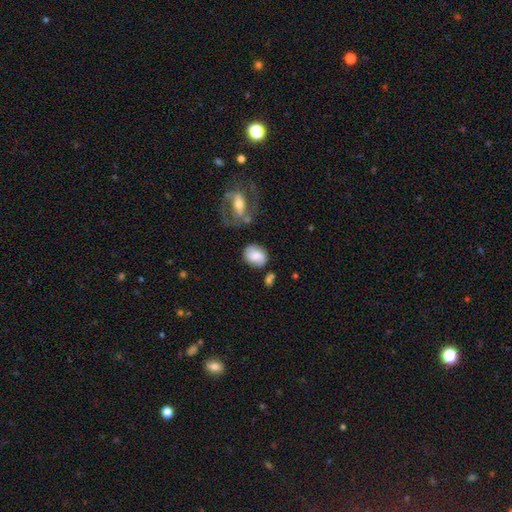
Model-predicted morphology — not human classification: The model was most divided on "how rounded": in between: 63%, round: 36%, cigar-shaped: 2%. More confident: smooth or featured — smooth (71%); merging — none (63%).